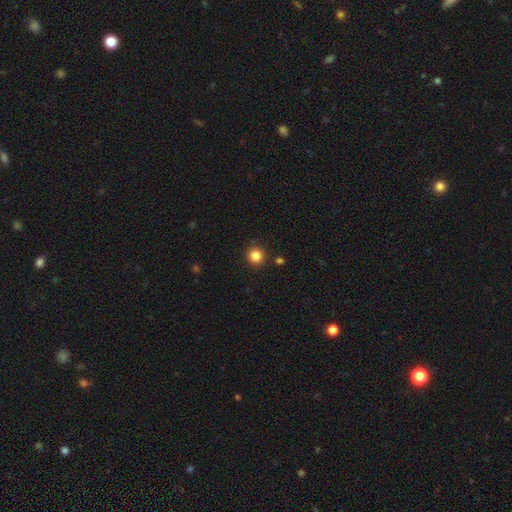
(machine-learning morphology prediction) This appears to be a smooth galaxy with no disk features (84%) that is round (93%). Merging: none (90%).